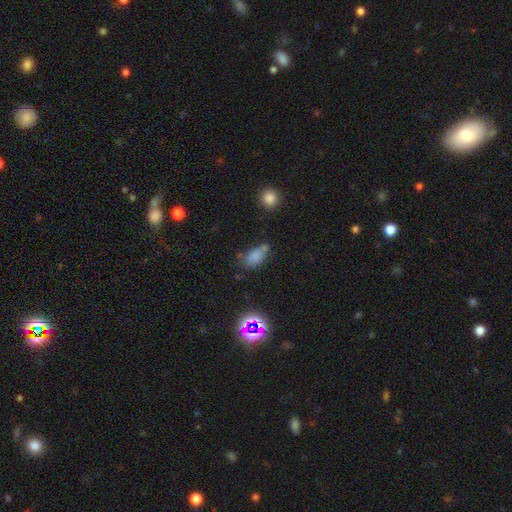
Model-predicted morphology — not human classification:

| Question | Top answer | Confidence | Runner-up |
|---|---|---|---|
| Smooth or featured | smooth | 74% | star or artifact (16%) |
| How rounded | in between | 86% | round (9%) |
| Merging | none | 47% | minor disturbance (23%) |